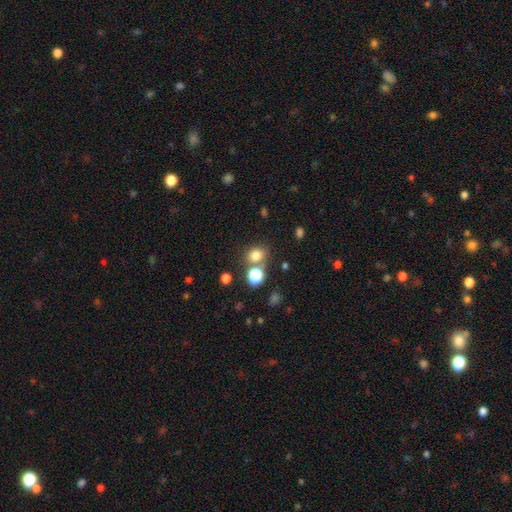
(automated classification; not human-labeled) Smooth or featured: smooth — 76% (star or artifact — 17%)
How rounded: round — 68% (in between — 31%)
Merging: none — 65% (merger — 19%)